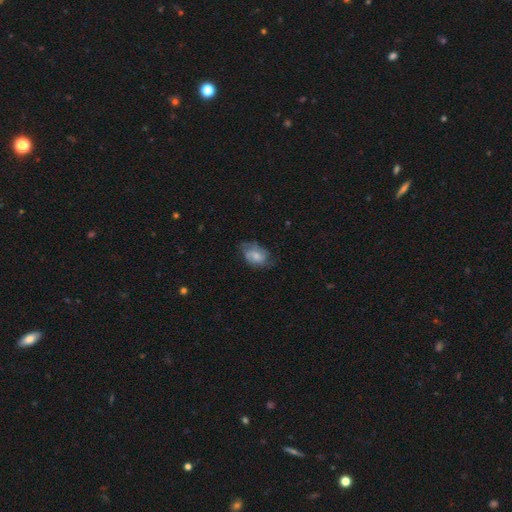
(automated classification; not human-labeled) smooth_or_featured: smooth (p=0.53) [alt: featured or disk p=0.40]
how_rounded: in between (p=0.81) [alt: round p=0.17]
merging: none (p=0.52) [alt: minor disturbance p=0.31]